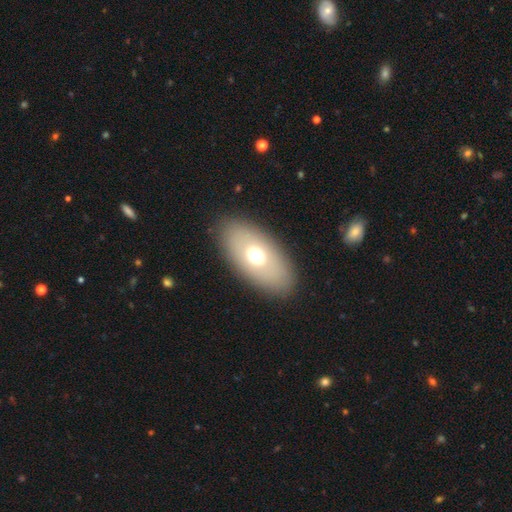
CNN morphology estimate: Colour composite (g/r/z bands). It shows a smooth galaxy with no disk features (62%) that is in between round and cigar-shaped (91%). Merging: none (89%).